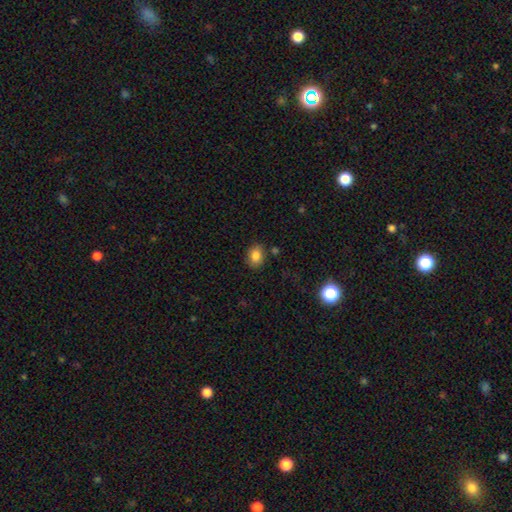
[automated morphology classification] smooth_or_featured: smooth (p=0.83) [alt: star or artifact p=0.10]
how_rounded: in between (p=0.57) [alt: round p=0.42]
merging: none (p=0.83) [alt: minor disturbance p=0.11]